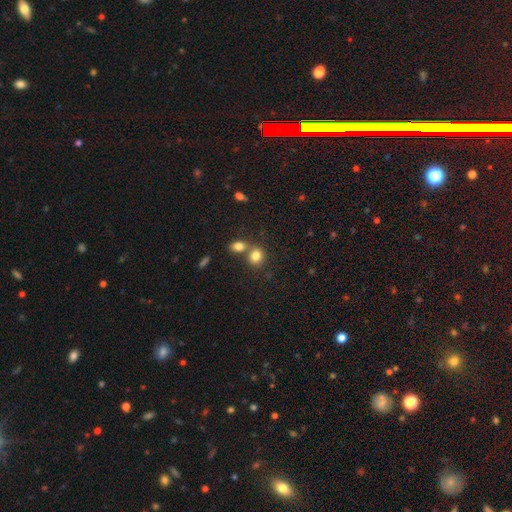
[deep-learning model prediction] The model was most divided on "merging": none: 49%, merger: 40%, minor disturbance: 8%, major disturbance: 3%. More confident: smooth or featured — smooth (81%); how rounded — round (63%).